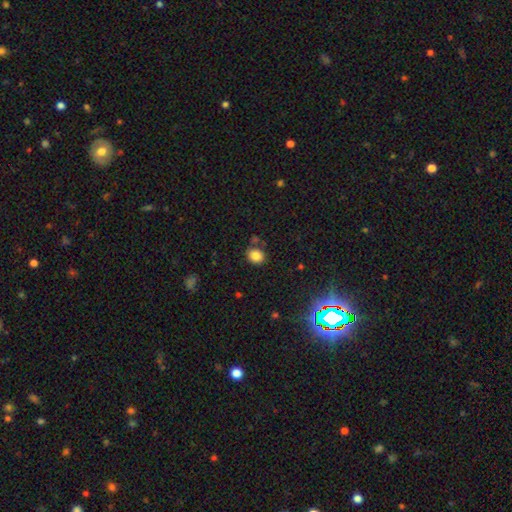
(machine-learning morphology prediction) A smooth galaxy with no disk features (83%) that is round (67%). Merging: none (72%).